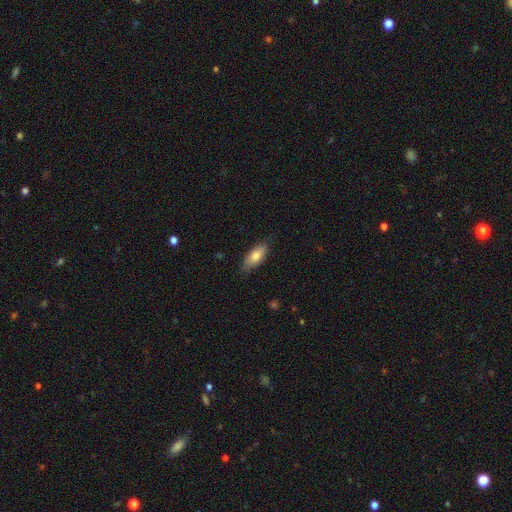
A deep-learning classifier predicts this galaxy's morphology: A smooth galaxy with no disk features (76%) that is in between round and cigar-shaped (78%).

Vote fractions:
- Smooth or featured? smooth: 76% / featured or disk: 17% / star or artifact: 6%
- How rounded? in between: 78% / cigar-shaped: 20% / round: 2%
- Merging? none: 80% / minor disturbance: 16% / major disturbance: 3% / merger: 1%